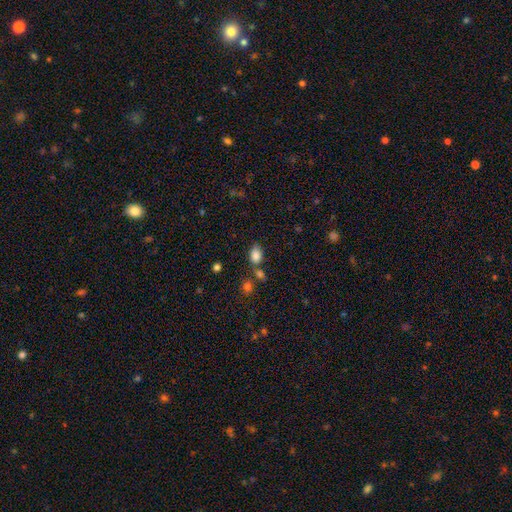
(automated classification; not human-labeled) Q: Smooth or featured?
A: smooth (83%); runner-up: star or artifact (10%)
Q: How rounded?
A: in between (81%); runner-up: round (17%)
Q: Merging?
A: none (58%); runner-up: minor disturbance (19%)